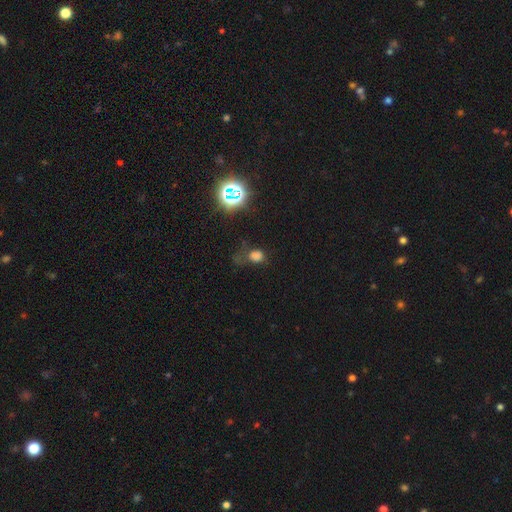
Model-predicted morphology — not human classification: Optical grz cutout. It shows a smooth galaxy with no disk features (62%) that is round (51%). Merging: none (41%).